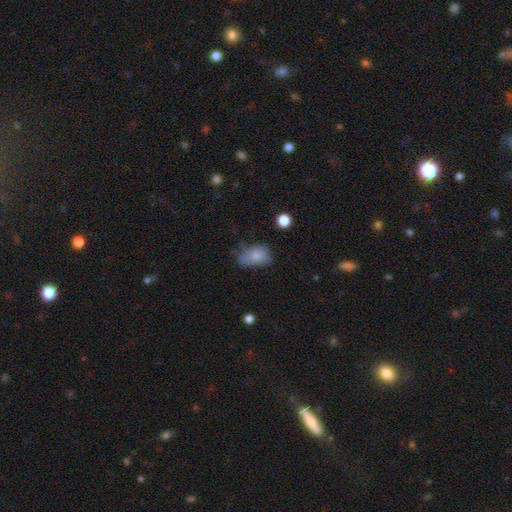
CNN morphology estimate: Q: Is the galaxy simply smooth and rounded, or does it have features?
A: smooth — 75%.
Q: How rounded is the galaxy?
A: in between — 84%.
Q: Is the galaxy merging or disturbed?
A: none — 39%.